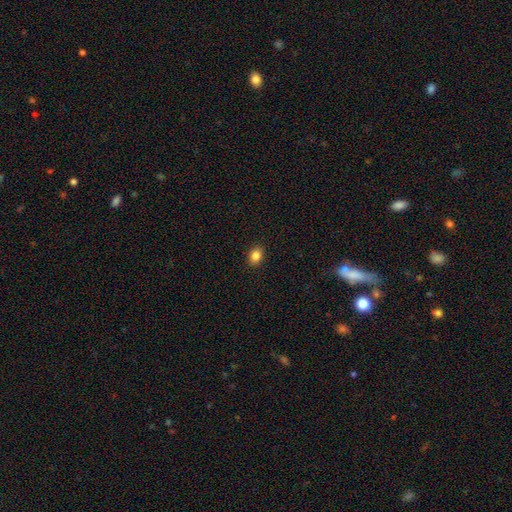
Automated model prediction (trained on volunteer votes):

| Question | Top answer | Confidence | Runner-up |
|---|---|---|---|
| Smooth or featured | smooth | 85% | star or artifact (10%) |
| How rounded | in between | 59% | round (40%) |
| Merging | none | 90% | minor disturbance (7%) |